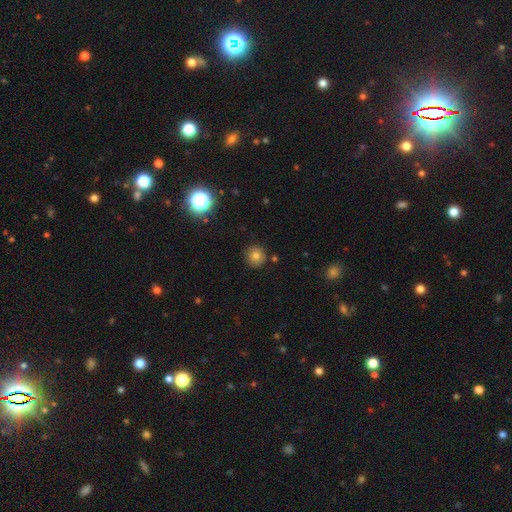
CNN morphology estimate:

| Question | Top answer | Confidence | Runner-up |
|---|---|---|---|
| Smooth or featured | smooth | 77% | star or artifact (14%) |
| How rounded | round | 94% | in between (5%) |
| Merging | none | 87% | minor disturbance (8%) |